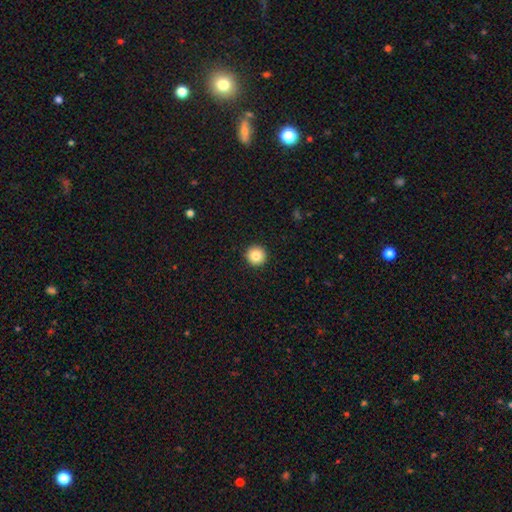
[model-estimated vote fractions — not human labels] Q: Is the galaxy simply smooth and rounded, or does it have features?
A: smooth — 85%.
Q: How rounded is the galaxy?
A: round — 96%.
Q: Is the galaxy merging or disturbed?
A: none — 94%.